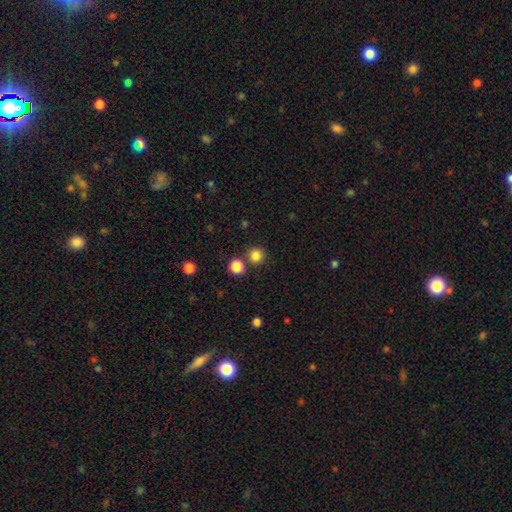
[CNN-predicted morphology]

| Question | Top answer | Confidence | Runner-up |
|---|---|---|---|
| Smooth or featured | smooth | 83% | star or artifact (13%) |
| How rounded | round | 94% | in between (5%) |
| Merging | none | 83% | merger (9%) |